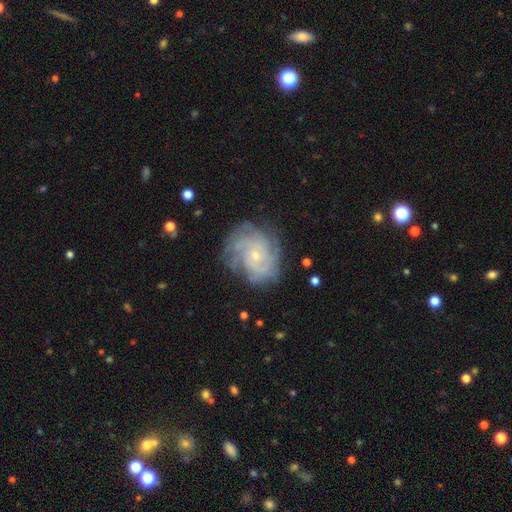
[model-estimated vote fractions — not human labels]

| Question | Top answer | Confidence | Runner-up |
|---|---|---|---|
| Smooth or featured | featured or disk | 82% | smooth (11%) |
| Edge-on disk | no | 97% | yes (3%) |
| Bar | no | 80% | weak (17%) |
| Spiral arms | yes | 94% | no (6%) |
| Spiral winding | tight | 64% | medium (28%) |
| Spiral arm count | can't tell | 35% | 4 (20%) |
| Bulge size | small | 78% | moderate (18%) |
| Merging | none | 73% | minor disturbance (18%) |